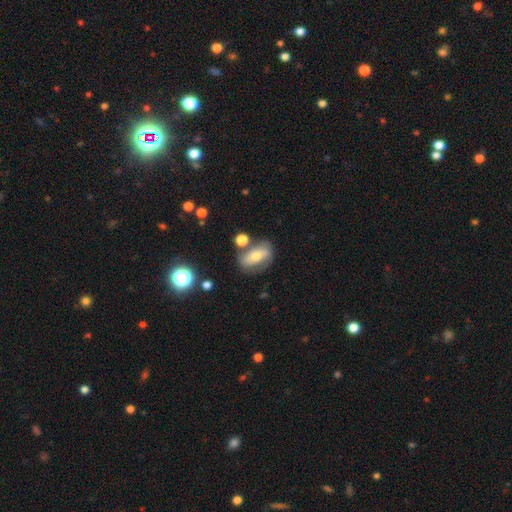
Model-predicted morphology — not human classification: This appears to be a smooth galaxy with no disk features (45%). Merging: none (65%).